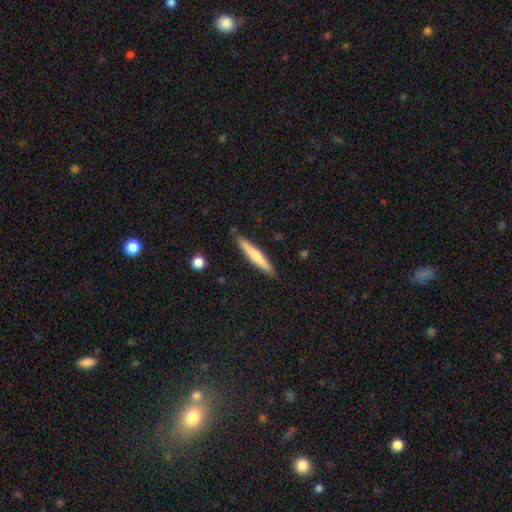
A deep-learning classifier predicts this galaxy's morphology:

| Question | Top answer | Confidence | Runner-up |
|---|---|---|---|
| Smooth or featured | smooth | 61% | featured or disk (34%) |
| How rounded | cigar-shaped | 92% | in between (7%) |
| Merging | none | 86% | minor disturbance (11%) |